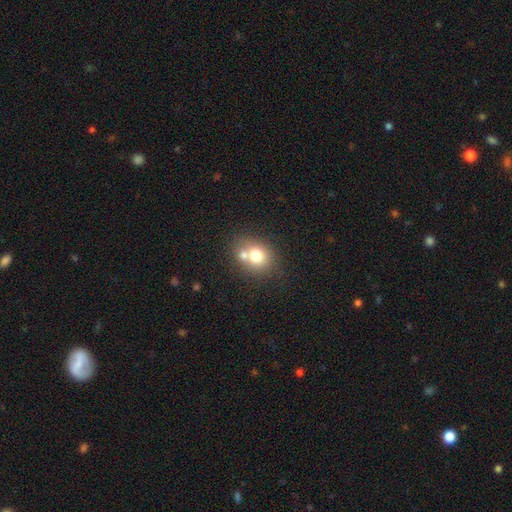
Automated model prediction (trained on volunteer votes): smooth 71%, featured or disk 18%, star or artifact 11%. Down the decision tree: how rounded — round (64%); merging — merger (46%).